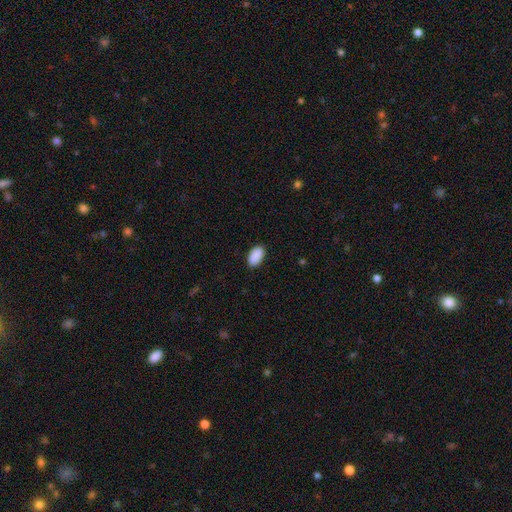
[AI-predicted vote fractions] Smooth or featured? Predicted: smooth (p=0.91). How rounded? Predicted: in between (p=0.94). Merging? Predicted: none (p=0.87).